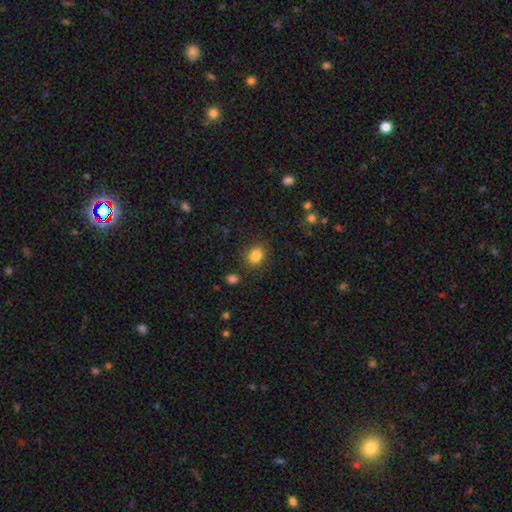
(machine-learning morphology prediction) This is clearly a smooth galaxy (84%). How rounded: possibly round (50%). Merging: clearly none (84%).